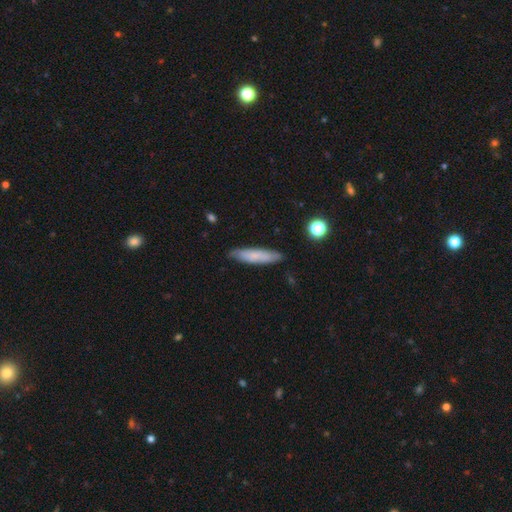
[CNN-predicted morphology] Q: Smooth or featured?
A: smooth (70%); runner-up: featured or disk (23%)
Q: How rounded?
A: cigar-shaped (77%); runner-up: in between (22%)
Q: Merging?
A: none (84%); runner-up: minor disturbance (13%)